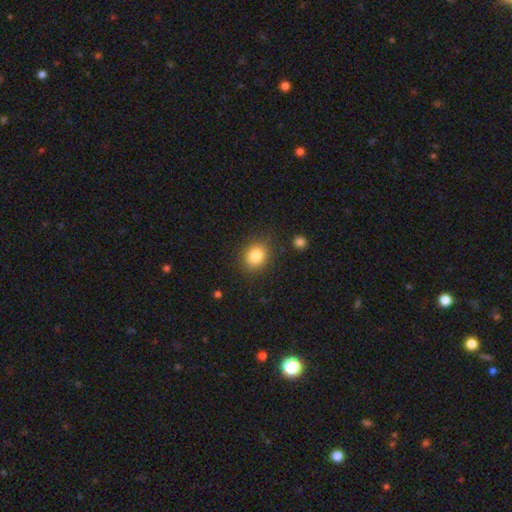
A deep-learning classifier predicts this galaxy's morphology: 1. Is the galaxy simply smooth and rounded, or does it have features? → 84% smooth, 9% star or artifact, 6% featured or disk.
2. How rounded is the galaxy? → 55% round, 44% in between, 1% cigar-shaped.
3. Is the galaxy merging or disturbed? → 82% none, 12% minor disturbance, 4% major disturbance, 2% merger.